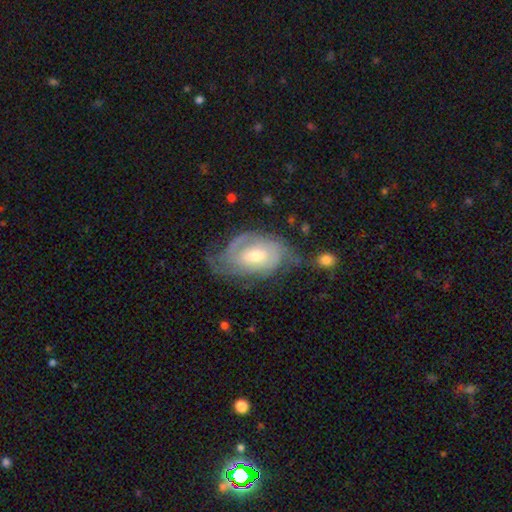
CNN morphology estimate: This is likely a featured or disk galaxy (76%). It is clearly not viewed edge-on (96%). Bar: possibly weak (45%). Spiral arm pattern: clearly yes (89%). Spiral arm count: marginally 2 (37%). Spiral winding: possibly tight (53%). Central bulge: possibly moderate (60%). Merging: possibly none (48%).